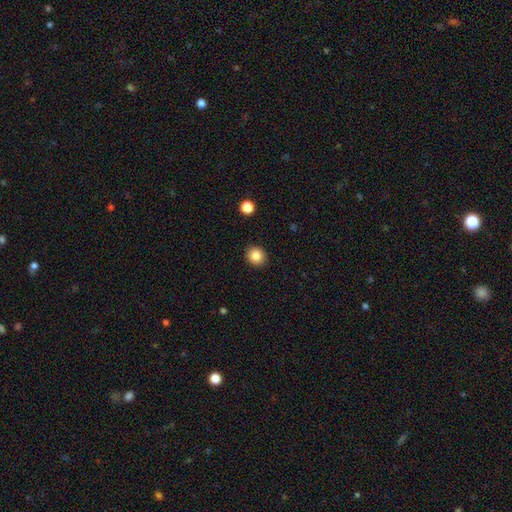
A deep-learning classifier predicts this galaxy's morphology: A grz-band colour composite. It shows a smooth galaxy with no disk features (84%) that is round (85%). Merging: none (92%).